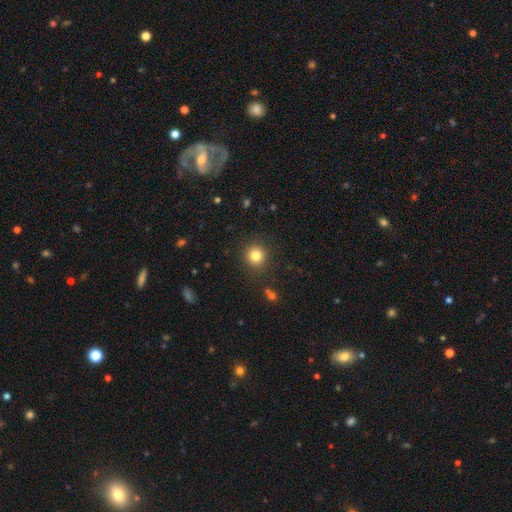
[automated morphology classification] smooth-or-featured: smooth: 82% | star or artifact: 12% | featured or disk: 6%
  how-rounded: round: 93% | in between: 6% | cigar-shaped: 1%
  merging: none: 90% | minor disturbance: 6% | major disturbance: 3% | merger: 1%